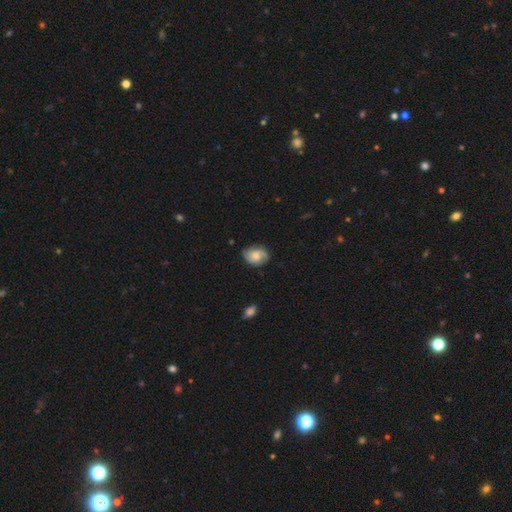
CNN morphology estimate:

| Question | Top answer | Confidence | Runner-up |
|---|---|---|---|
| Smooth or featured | smooth | 47% | featured or disk (45%) |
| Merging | none | 74% | minor disturbance (21%) |